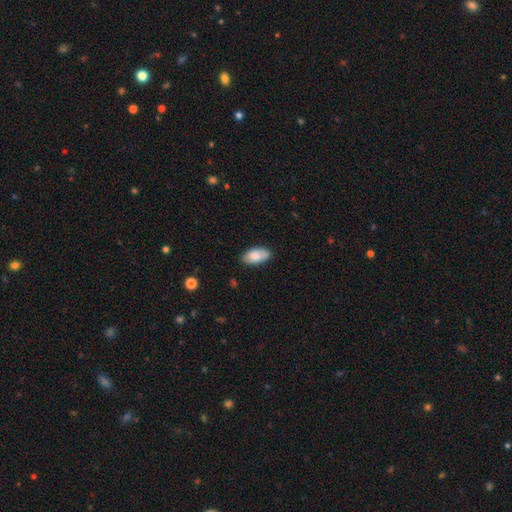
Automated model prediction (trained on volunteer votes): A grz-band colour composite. It shows a smooth galaxy with no disk features (81%) that is in between round and cigar-shaped (94%). Merging: none (80%).